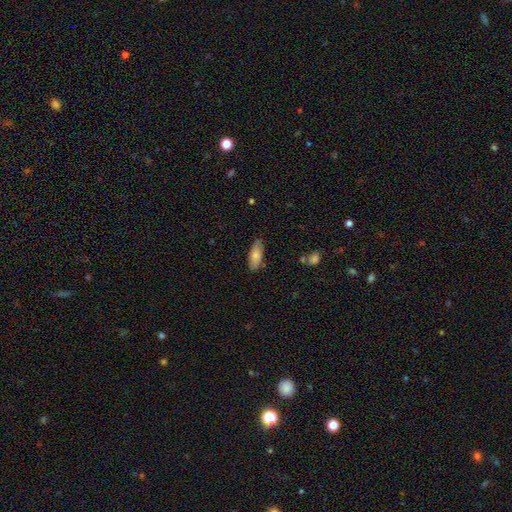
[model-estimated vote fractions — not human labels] smooth 75%, featured or disk 18%, star or artifact 6%. Down the decision tree: how rounded — in between (74%); merging — none (81%).